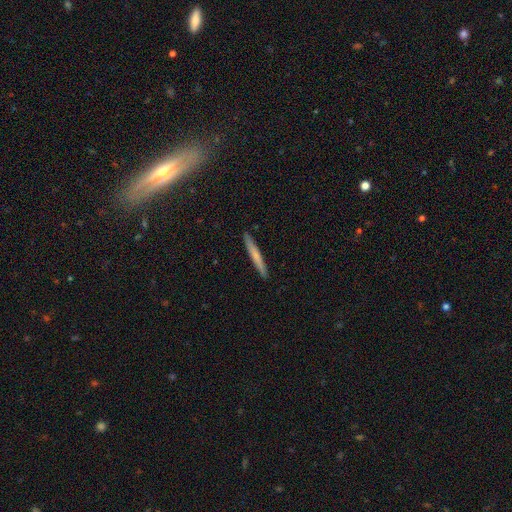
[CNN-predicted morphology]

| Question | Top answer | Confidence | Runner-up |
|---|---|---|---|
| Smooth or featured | smooth | 62% | featured or disk (32%) |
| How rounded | cigar-shaped | 96% | in between (2%) |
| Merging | none | 92% | minor disturbance (6%) |